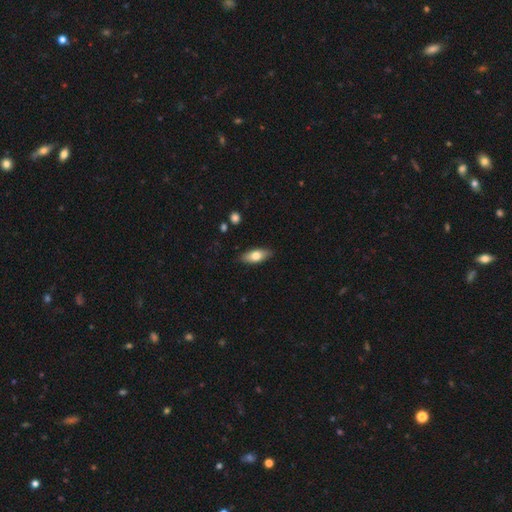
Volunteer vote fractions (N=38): Q: Smooth or featured?
A: smooth (76%); runner-up: featured or disk (18%)
Q: How rounded?
A: in between (90%); runner-up: cigar-shaped (10%)
Q: Merging?
A: none (94%); runner-up: minor disturbance (3%)